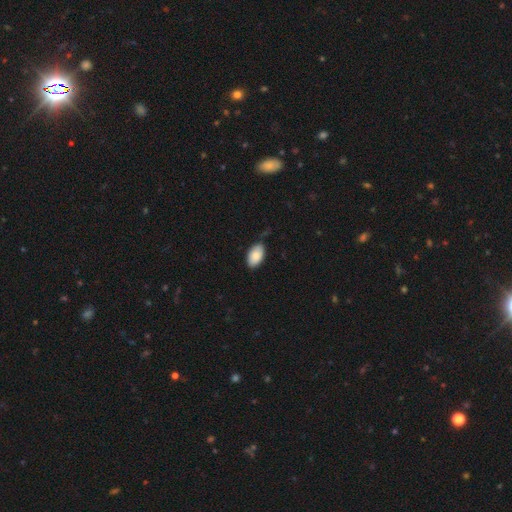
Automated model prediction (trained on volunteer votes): Smooth or featured: smooth — 87% (featured or disk — 7%)
How rounded: in between — 95% (round — 4%)
Merging: none — 79% (minor disturbance — 17%)